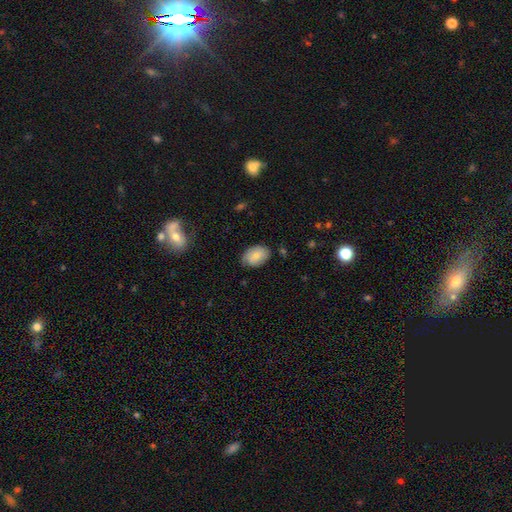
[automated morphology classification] Smooth or featured? Predicted: smooth (p=0.73). How rounded? Predicted: in between (p=0.81). Merging? Predicted: none (p=0.73).